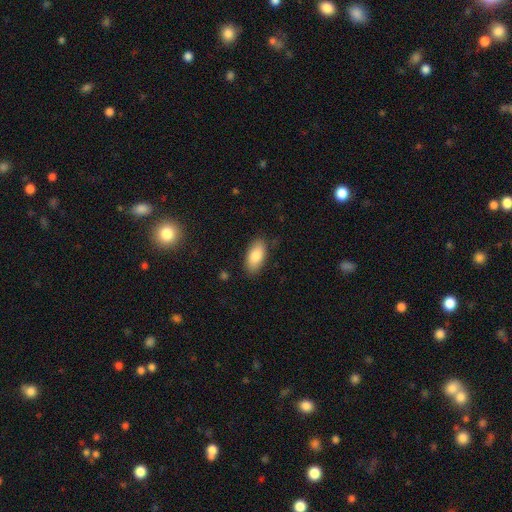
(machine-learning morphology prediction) Smooth or featured? smooth (84%)
How rounded? in between (92%)
Merging? none (84%)